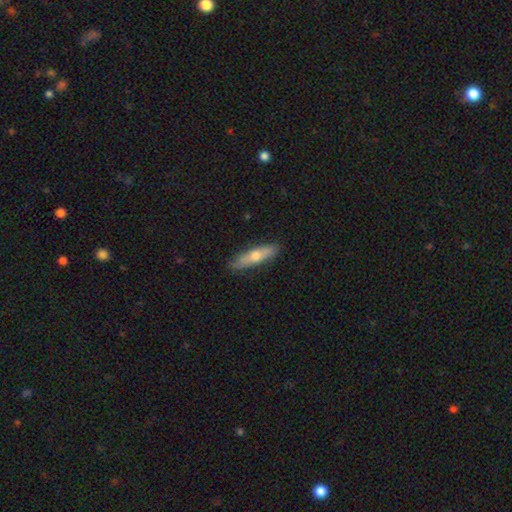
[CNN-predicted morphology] Overall: smooth (58%; featured or disk 37%). How rounded: cigar-shaped (75%). Merging: none (87%).